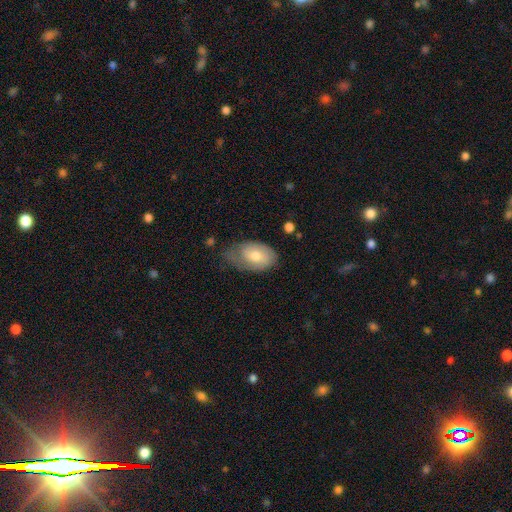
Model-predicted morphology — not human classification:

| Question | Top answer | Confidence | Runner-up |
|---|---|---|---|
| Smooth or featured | smooth | 58% | featured or disk (35%) |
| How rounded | in between | 90% | round (8%) |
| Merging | none | 49% | minor disturbance (36%) |